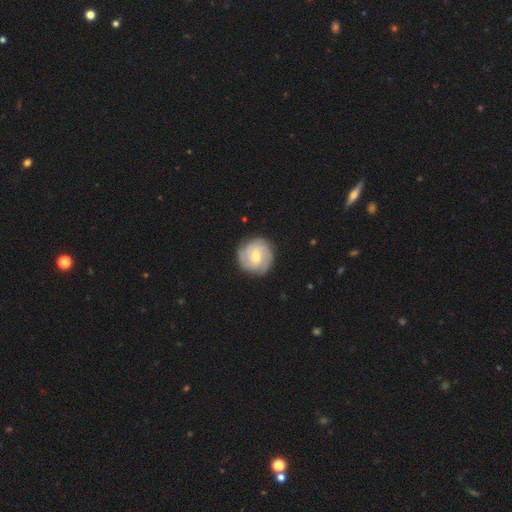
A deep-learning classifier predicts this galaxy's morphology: Overall: featured or disk (69%). Edge-on disk: no (98%). Bar: weak (46%; no 45%). Spiral arms: yes (92%). Spiral arm count: 3 (29%, tied with can't tell). Spiral winding: tight (64%; medium 28%). Bulge size: moderate (54%; small 42%). Merging: none (84%).